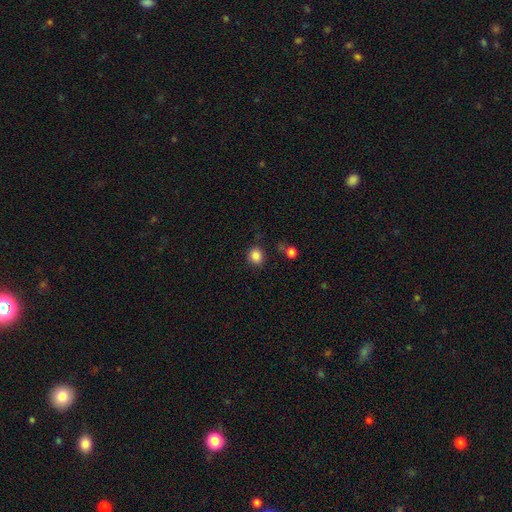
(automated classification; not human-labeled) smooth 85%, star or artifact 11%, featured or disk 4%. Down the decision tree: how rounded — round (80%); merging — none (81%).